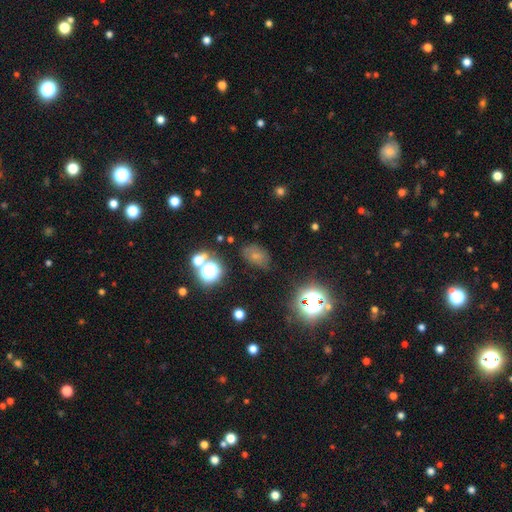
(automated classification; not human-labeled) The model was most divided on "smooth or featured": smooth: 58%, star or artifact: 27%, featured or disk: 15%. More confident: how rounded — in between (78%); merging — none (68%).